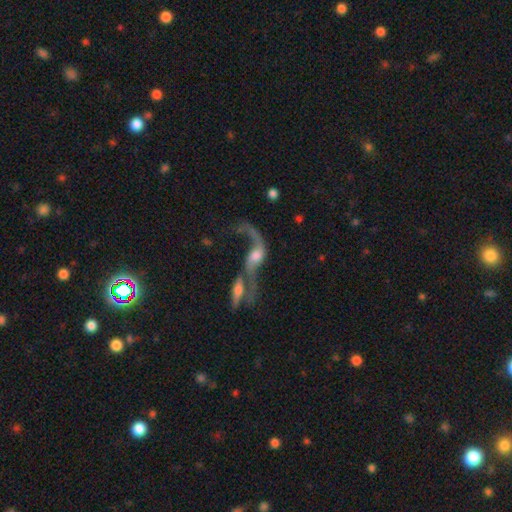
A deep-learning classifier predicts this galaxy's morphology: Smooth or featured? featured or disk (73%)
Edge-on disk? no (89%)
Bar? no (59%)
Spiral arms? yes (85%)
Spiral winding? loose (91%)
Spiral arm count? 2 (66%)
Bulge size? moderate (48%)
Merging? merger (64%)